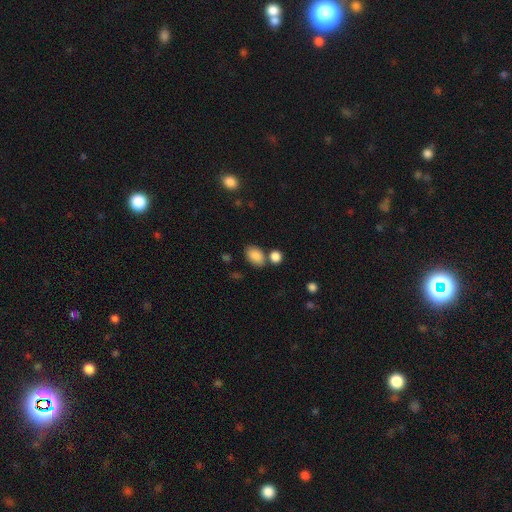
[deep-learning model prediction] The model was most divided on "merging": none: 65%, merger: 18%, minor disturbance: 13%, major disturbance: 4%. More confident: smooth or featured — smooth (86%); how rounded — in between (81%).